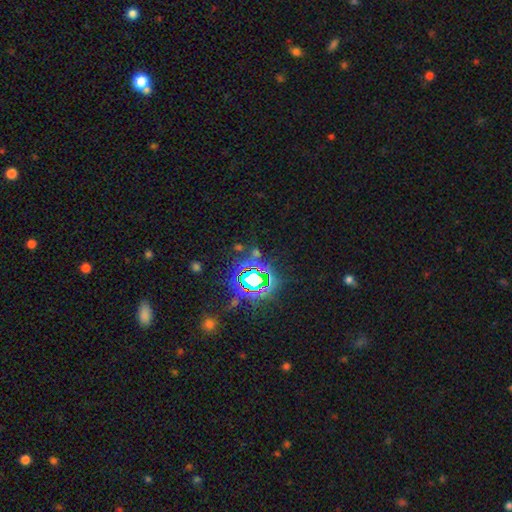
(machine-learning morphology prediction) This appears to be a star or artifact, not a galaxy (77%).